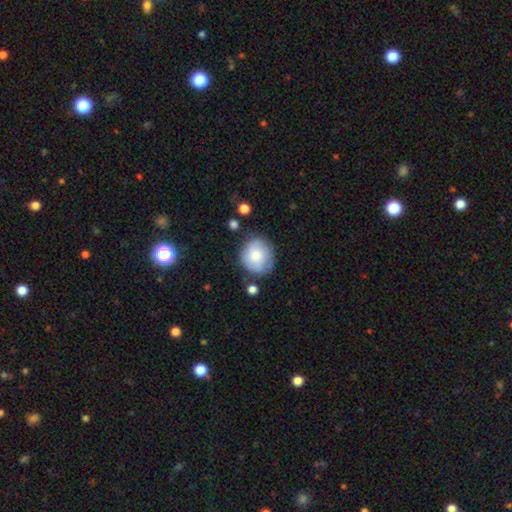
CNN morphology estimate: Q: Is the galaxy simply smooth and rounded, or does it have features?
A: smooth — 68%.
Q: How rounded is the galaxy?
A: round — 78%.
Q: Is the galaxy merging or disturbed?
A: none — 70%.